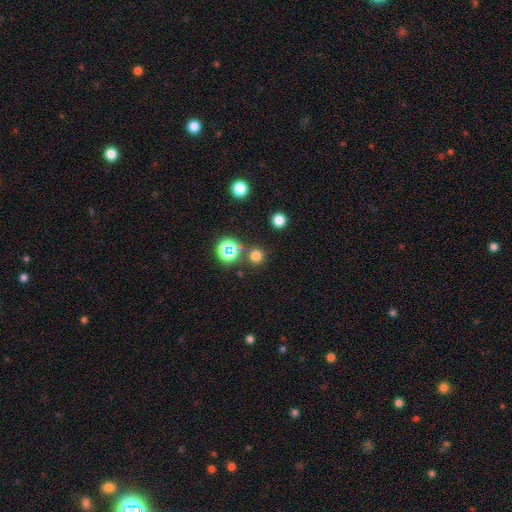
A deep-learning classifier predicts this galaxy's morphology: This appears to be a smooth galaxy with no disk features (68%) that is round (92%). Merging: none (82%).